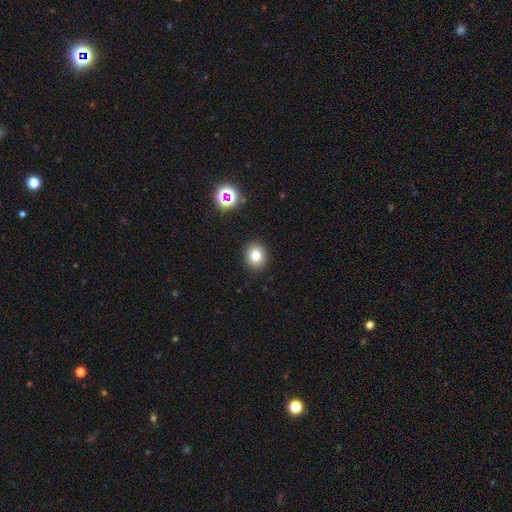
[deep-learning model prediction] A smooth galaxy with no disk features (79%) that is round (74%). Merging: none (90%).